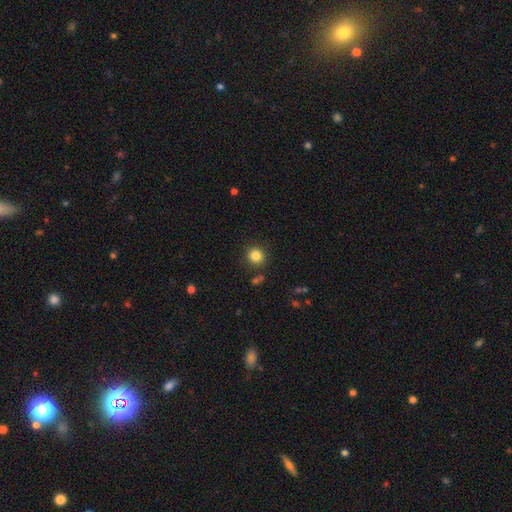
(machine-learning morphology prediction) smooth 83%, star or artifact 12%, featured or disk 5%. Down the decision tree: how rounded — round (91%); merging — none (88%).